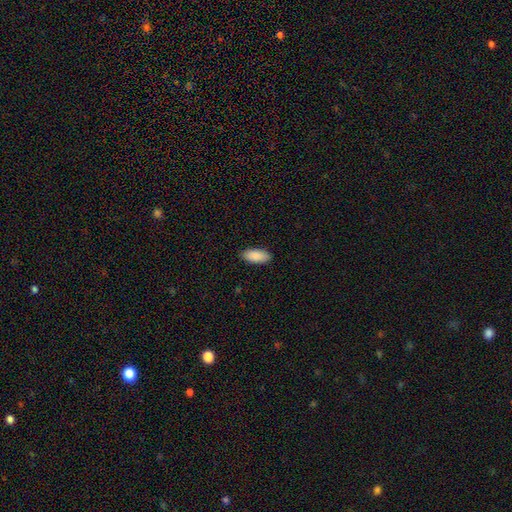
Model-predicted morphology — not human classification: This is clearly a smooth galaxy (90%). How rounded: clearly in between (89%). Merging: clearly none (89%).